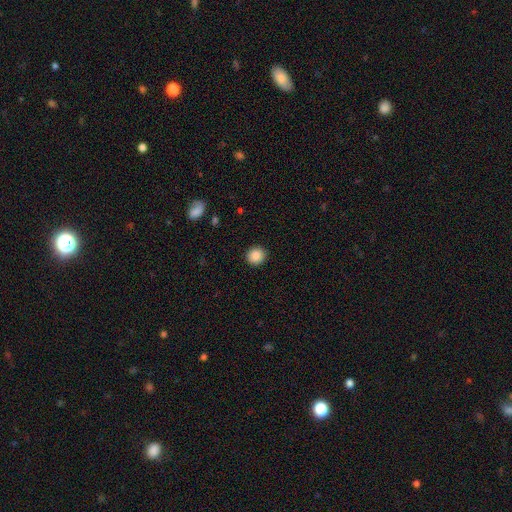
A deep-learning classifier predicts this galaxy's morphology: Overall: smooth (88%). How rounded: round (88%). Merging: none (92%).